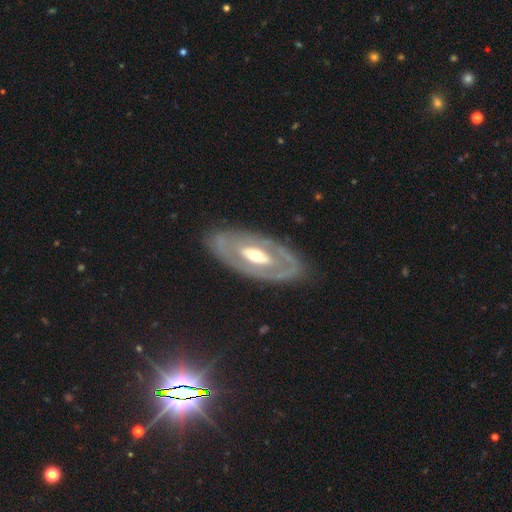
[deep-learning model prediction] Smooth or featured: featured or disk — 73% (smooth — 22%)
Edge-on disk: no — 88% (yes — 12%)
Bar: no — 59% (weak — 24%)
Spiral arms: no — 69% (yes — 31%)
Bulge size: moderate — 64% (small — 25%)
Merging: none — 80% (minor disturbance — 13%)